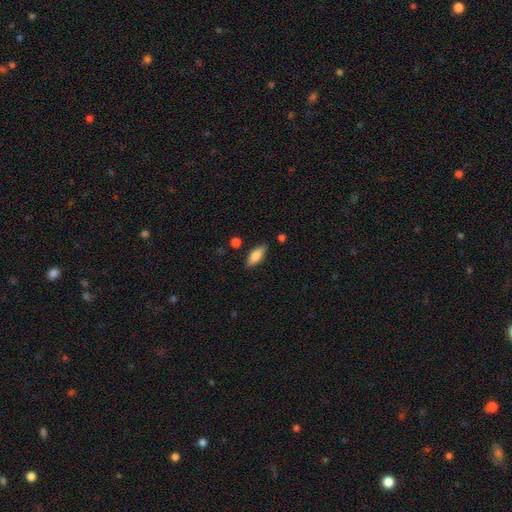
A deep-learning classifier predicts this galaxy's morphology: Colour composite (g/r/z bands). It shows a smooth galaxy with no disk features (79%) that is in between round and cigar-shaped (78%). Merging: none (84%).